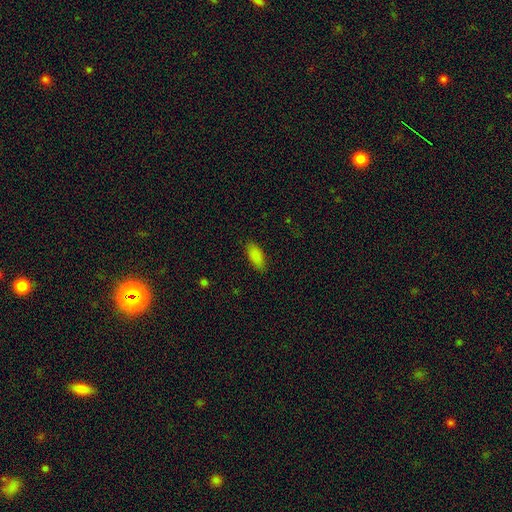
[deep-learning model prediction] Smooth or featured: smooth — 88% (star or artifact — 8%)
How rounded: in between — 86% (cigar-shaped — 11%)
Merging: none — 86% (minor disturbance — 11%)